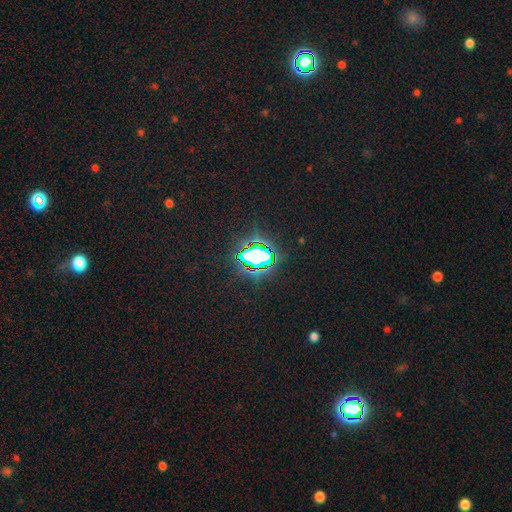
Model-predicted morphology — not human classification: Smooth or featured?
  - star or artifact: 65% *
  - smooth: 24%
  - featured or disk: 11%